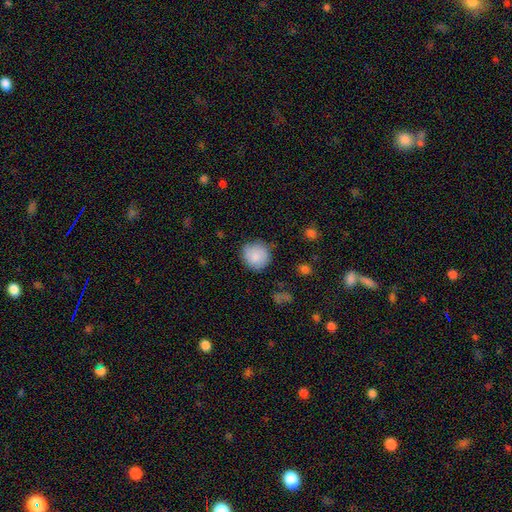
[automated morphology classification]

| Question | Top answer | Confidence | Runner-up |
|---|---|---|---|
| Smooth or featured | smooth | 80% | featured or disk (13%) |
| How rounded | round | 91% | in between (8%) |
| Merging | none | 80% | minor disturbance (15%) |